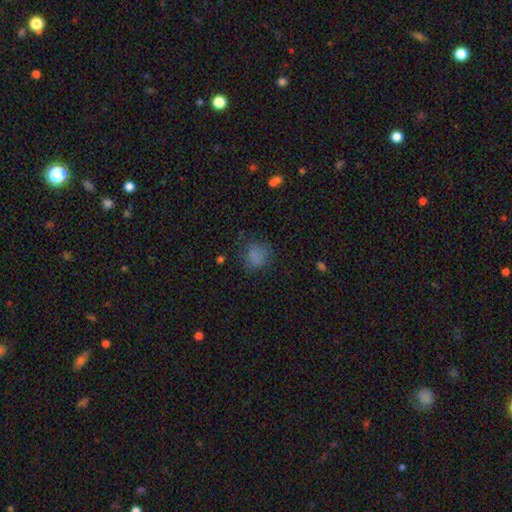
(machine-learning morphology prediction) smooth 77%, star or artifact 15%, featured or disk 8%. Down the decision tree: how rounded — round (77%); merging — none (69%).